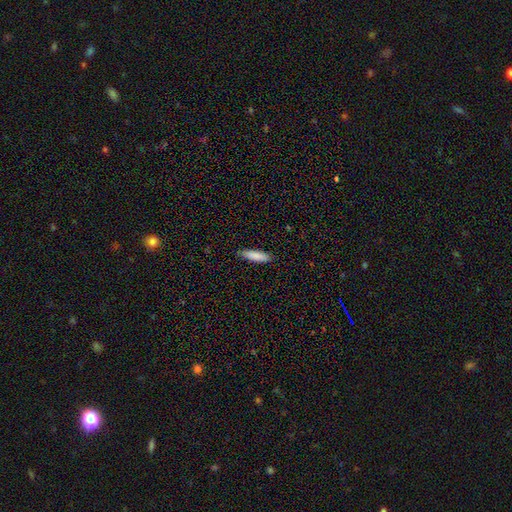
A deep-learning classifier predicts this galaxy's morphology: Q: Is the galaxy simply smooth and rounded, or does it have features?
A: smooth — 86%.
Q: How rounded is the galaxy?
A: cigar-shaped — 64%.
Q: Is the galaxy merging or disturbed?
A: none — 86%.